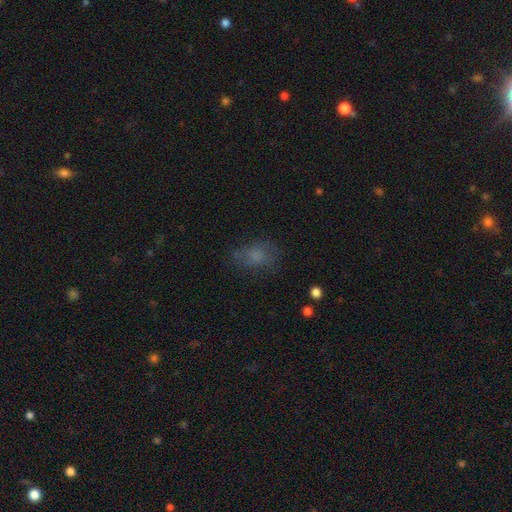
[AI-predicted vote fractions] Q: Smooth or featured?
A: smooth (65%); runner-up: featured or disk (18%)
Q: How rounded?
A: in between (63%); runner-up: round (35%)
Q: Merging?
A: none (61%); runner-up: minor disturbance (22%)